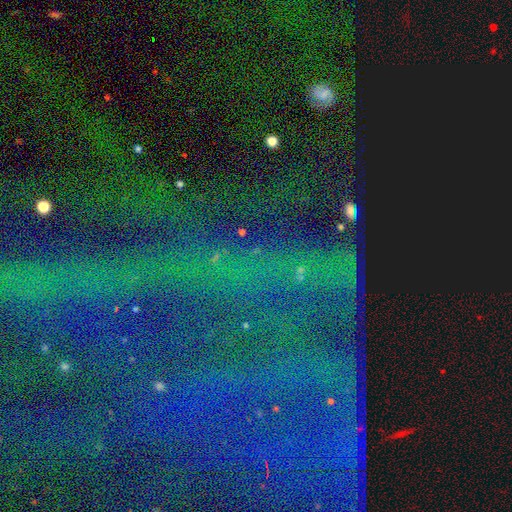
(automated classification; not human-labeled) Smooth or featured: star or artifact — 84% (featured or disk — 8%)